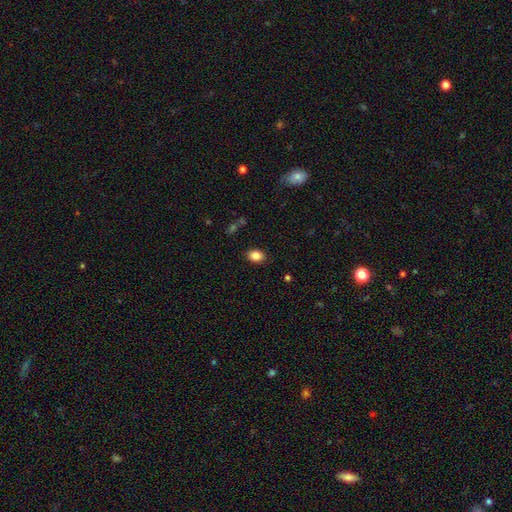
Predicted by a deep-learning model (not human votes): Smooth or featured?
  - smooth: 85% *
  - star or artifact: 9%
  - featured or disk: 6%
How rounded?
  - in between: 77% *
  - round: 21%
  - cigar-shaped: 1%
Merging?
  - none: 87% *
  - minor disturbance: 9%
  - major disturbance: 2%
  - merger: 1%